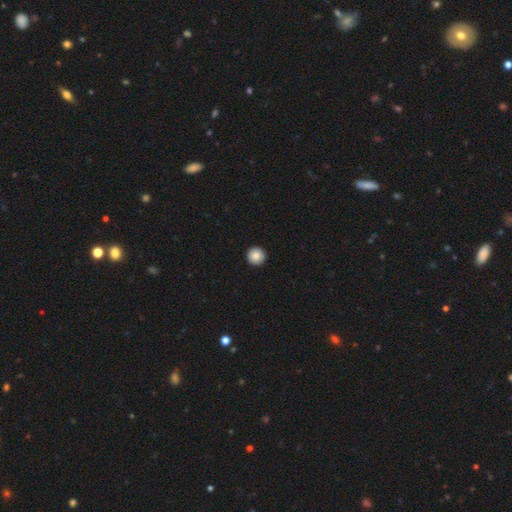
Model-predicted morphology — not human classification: smooth_or_featured: smooth (p=0.85) [alt: star or artifact p=0.08]
how_rounded: round (p=0.96) [alt: in between p=0.03]
merging: none (p=0.94) [alt: minor disturbance p=0.04]